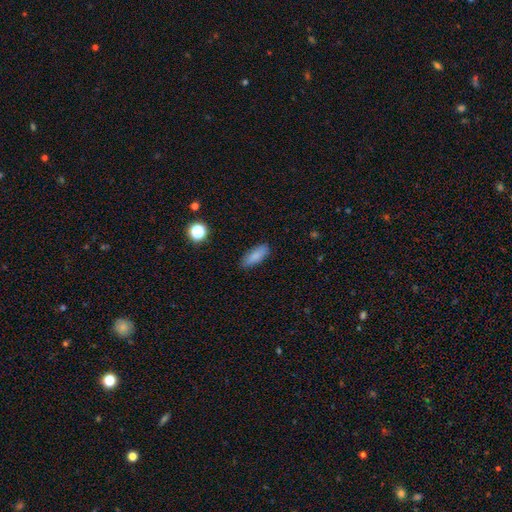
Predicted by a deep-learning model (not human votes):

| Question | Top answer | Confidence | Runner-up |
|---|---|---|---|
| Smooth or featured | smooth | 84% | star or artifact (8%) |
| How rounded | in between | 70% | cigar-shaped (28%) |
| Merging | none | 83% | minor disturbance (13%) |